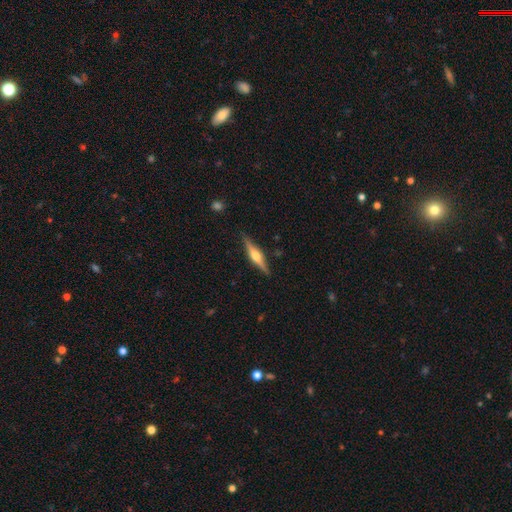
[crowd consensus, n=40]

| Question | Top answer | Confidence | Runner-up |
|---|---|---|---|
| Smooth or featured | featured or disk | 62% | smooth (30%) |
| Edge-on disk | yes | 100% | — |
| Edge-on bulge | rounded | 92% | boxy (4%) |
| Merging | none | 92% | minor disturbance (5%) |